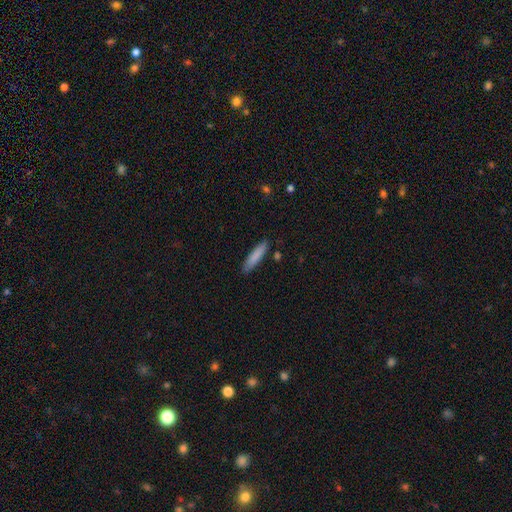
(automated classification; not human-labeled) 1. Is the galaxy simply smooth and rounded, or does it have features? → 82% smooth, 11% featured or disk, 6% star or artifact.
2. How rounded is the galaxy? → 83% cigar-shaped, 16% in between, 1% round.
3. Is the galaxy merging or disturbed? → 84% none, 11% minor disturbance, 2% merger, 2% major disturbance.